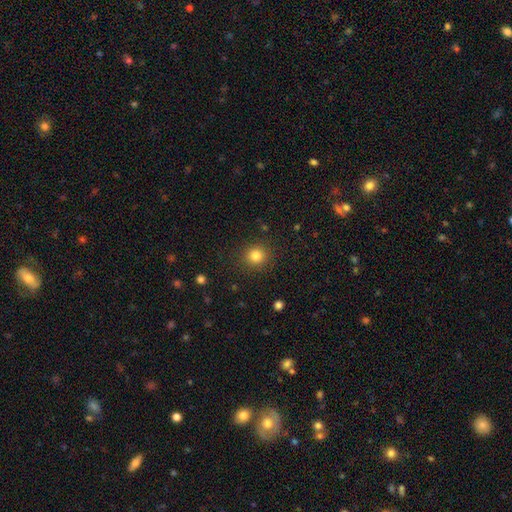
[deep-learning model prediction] smooth_or_featured: smooth (p=0.82) [alt: star or artifact p=0.12]
how_rounded: round (p=0.89) [alt: in between p=0.10]
merging: none (p=0.89) [alt: minor disturbance p=0.07]